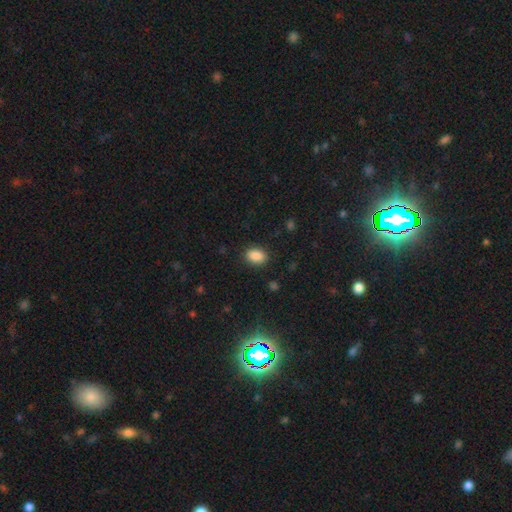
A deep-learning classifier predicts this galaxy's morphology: Smooth or featured? smooth (88%)
How rounded? in between (81%)
Merging? none (88%)